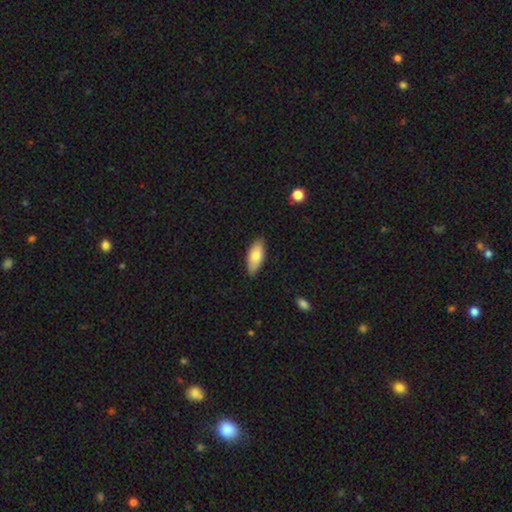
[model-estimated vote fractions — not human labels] This is likely a smooth galaxy (77%). How rounded: clearly in between (84%). Merging: clearly none (86%).